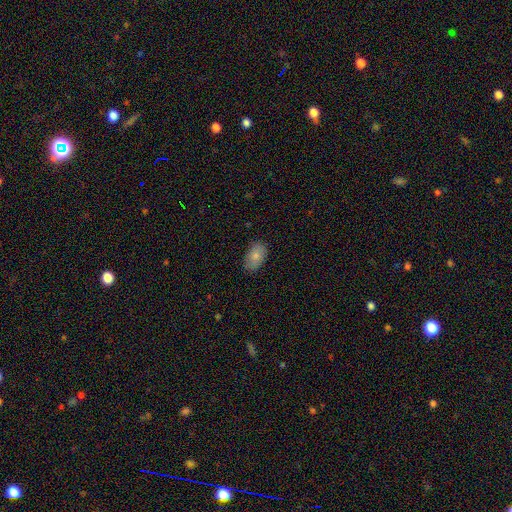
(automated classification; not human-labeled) Smooth or featured? Predicted: smooth (p=0.81). How rounded? Predicted: in between (p=0.92). Merging? Predicted: none (p=0.84).